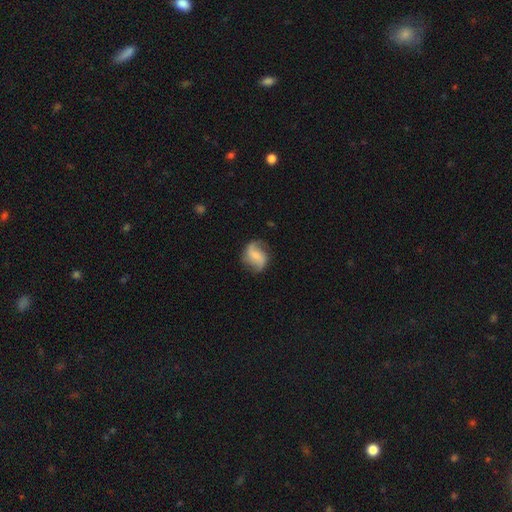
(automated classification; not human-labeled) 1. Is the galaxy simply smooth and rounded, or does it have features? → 69% featured or disk, 24% smooth, 7% star or artifact.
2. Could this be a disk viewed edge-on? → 97% no, 3% yes.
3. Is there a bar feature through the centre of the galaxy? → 45% weak, 34% no, 21% strong.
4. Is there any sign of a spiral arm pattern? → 93% yes, 7% no.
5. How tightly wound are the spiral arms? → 52% loose, 36% medium, 13% tight.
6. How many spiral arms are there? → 80% 2, 7% can't tell, 6% 3, 4% 1, 2% 4, 2% more than 4.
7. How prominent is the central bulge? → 44% small, 28% moderate, 22% none, 5% large, 2% dominant.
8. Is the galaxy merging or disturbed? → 70% none, 19% minor disturbance, 9% major disturbance, 1% merger.